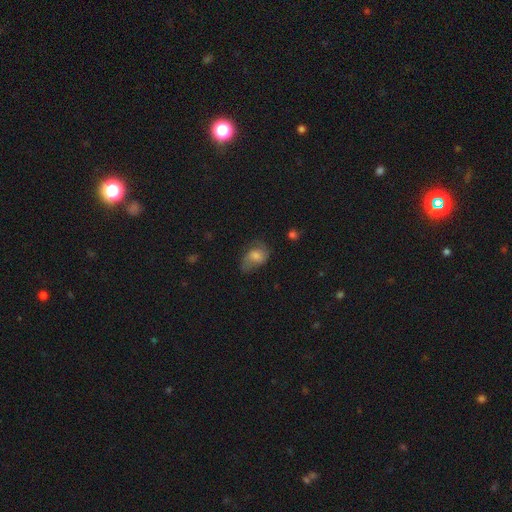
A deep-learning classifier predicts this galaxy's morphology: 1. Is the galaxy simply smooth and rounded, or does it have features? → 58% smooth, 33% featured or disk, 9% star or artifact.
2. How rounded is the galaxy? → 77% in between, 21% round, 2% cigar-shaped.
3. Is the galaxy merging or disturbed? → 42% none, 32% minor disturbance, 23% major disturbance, 2% merger.